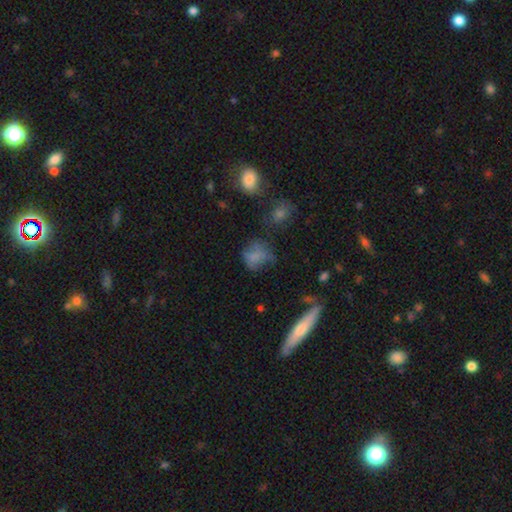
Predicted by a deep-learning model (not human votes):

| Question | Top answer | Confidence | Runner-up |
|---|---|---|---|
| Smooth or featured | smooth | 68% | featured or disk (18%) |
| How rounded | round | 59% | in between (39%) |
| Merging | none | 40% | minor disturbance (28%) |